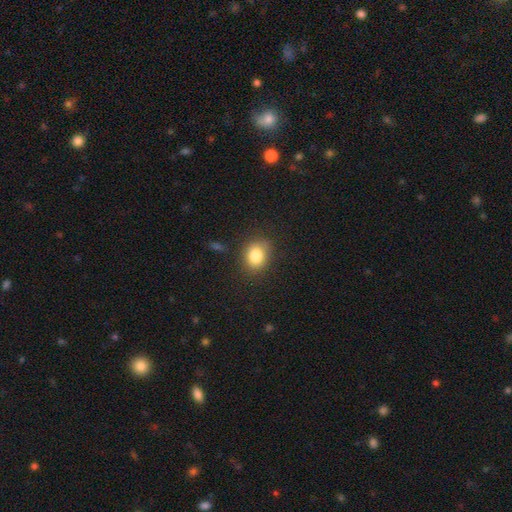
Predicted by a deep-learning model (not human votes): This appears to be a smooth galaxy with no disk features (83%) that is round (53%). Merging: none (82%).